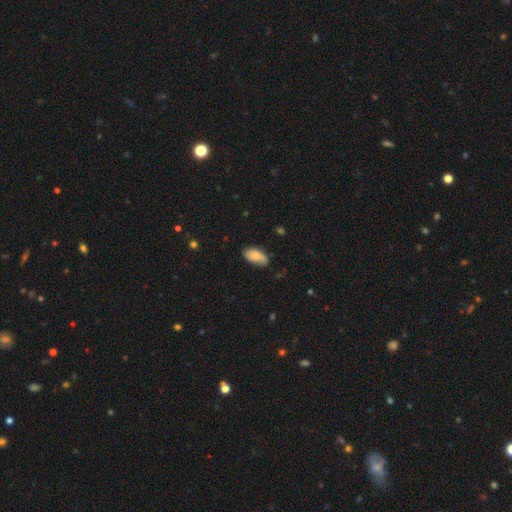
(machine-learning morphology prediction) This is likely a smooth galaxy (77%). How rounded: clearly in between (94%). Merging: likely none (70%).